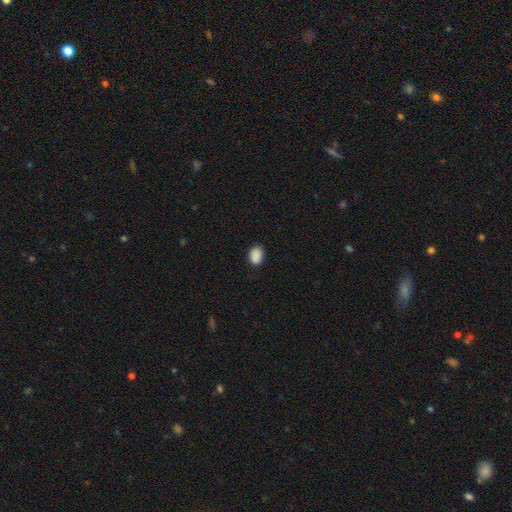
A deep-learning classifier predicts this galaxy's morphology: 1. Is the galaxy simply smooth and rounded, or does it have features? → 89% smooth, 8% star or artifact, 3% featured or disk.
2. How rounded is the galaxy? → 71% in between, 28% round, 1% cigar-shaped.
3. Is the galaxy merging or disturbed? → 85% none, 12% minor disturbance, 2% major disturbance, 1% merger.